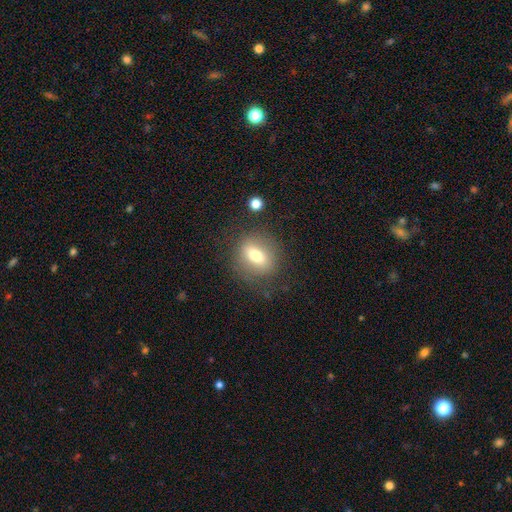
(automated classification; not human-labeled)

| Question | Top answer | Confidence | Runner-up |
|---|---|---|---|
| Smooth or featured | smooth | 67% | featured or disk (23%) |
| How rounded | in between | 49% | round (47%) |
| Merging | none | 77% | minor disturbance (14%) |